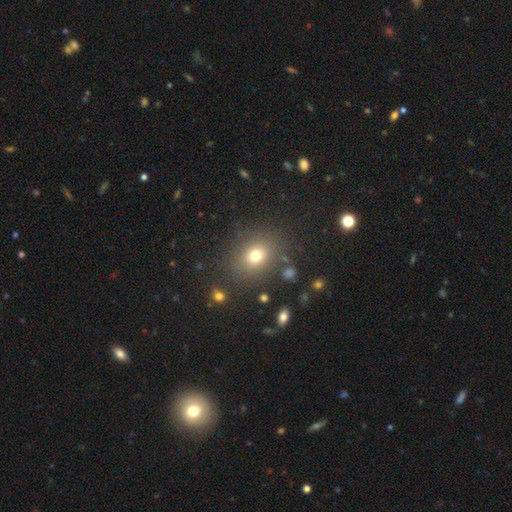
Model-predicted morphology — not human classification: A smooth galaxy with no disk features (74%) that is round (60%).

Vote fractions:
- Smooth or featured? smooth: 74% / star or artifact: 16% / featured or disk: 9%
- How rounded? round: 60% / in between: 39% / cigar-shaped: 1%
- Merging? none: 83% / minor disturbance: 10% / major disturbance: 4% / merger: 3%